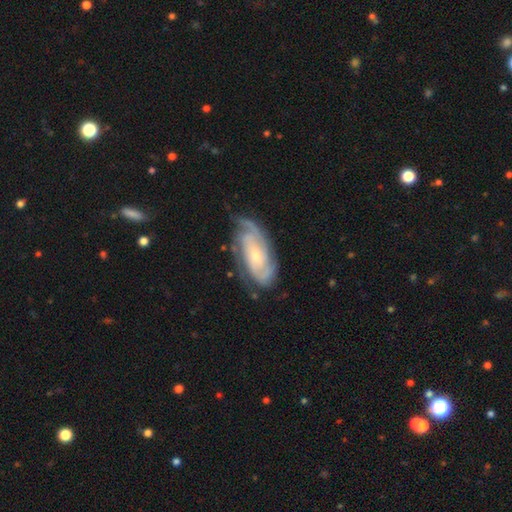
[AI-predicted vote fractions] featured or disk 84%, smooth 10%, star or artifact 5%. Down the decision tree: edge-on disk — no (94%); bar — no (63%); spiral arms — yes (96%); spiral arm count — 2 (27%); spiral winding — tight (62%); bulge size — small (67%); merging — none (72%).